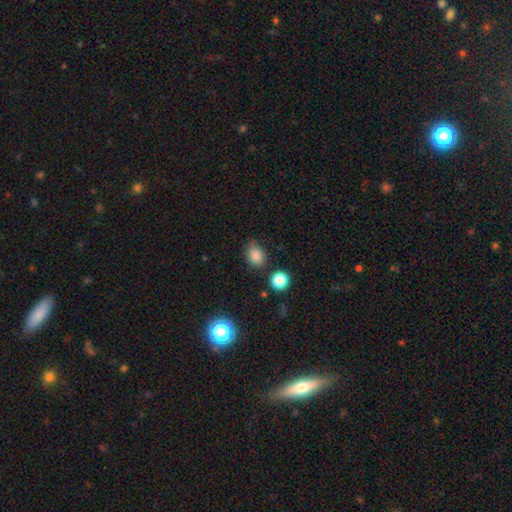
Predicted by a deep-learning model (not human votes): Smooth or featured? Predicted: smooth (p=0.83). How rounded? Predicted: in between (p=0.53). Merging? Predicted: none (p=0.69).